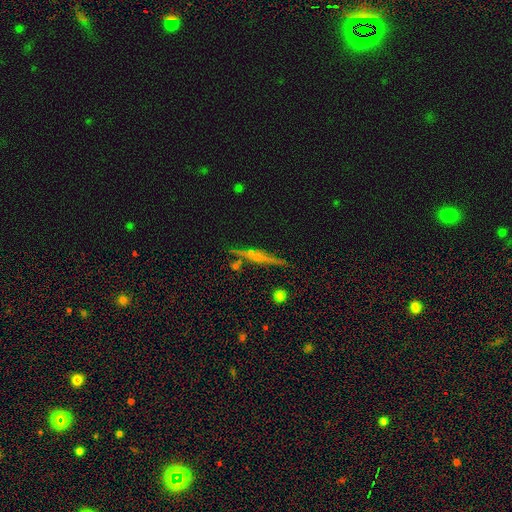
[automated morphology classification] A featured or disk galaxy (70%) viewed edge-on (96%) with a rounded central bulge (64%). Merging: none (84%).